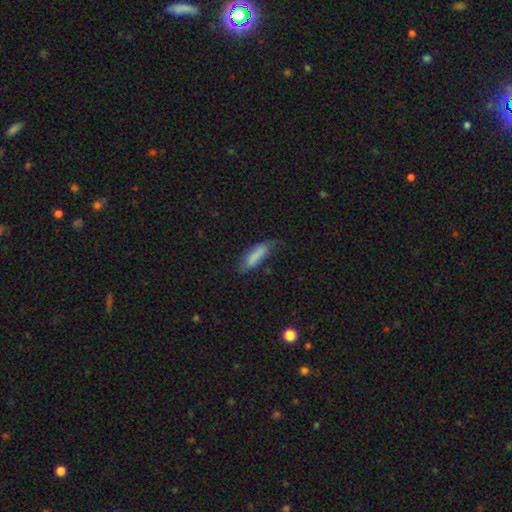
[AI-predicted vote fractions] smooth-or-featured: smooth: 80% | featured or disk: 14% | star or artifact: 7%
  how-rounded: cigar-shaped: 57% | in between: 41% | round: 2%
  merging: none: 50% | minor disturbance: 34% | major disturbance: 13% | merger: 3%